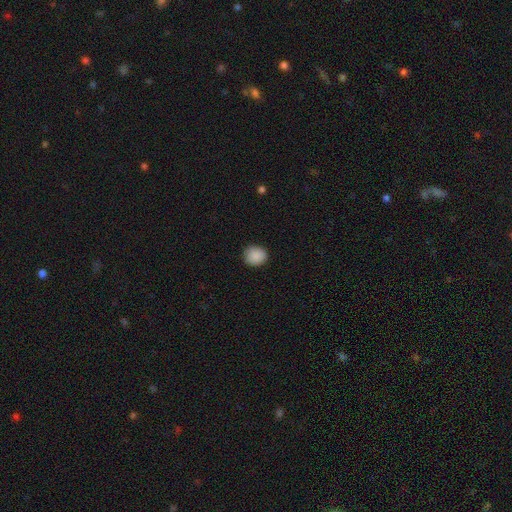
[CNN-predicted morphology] smooth 89%, star or artifact 8%, featured or disk 3%. Down the decision tree: how rounded — round (81%); merging — none (88%).